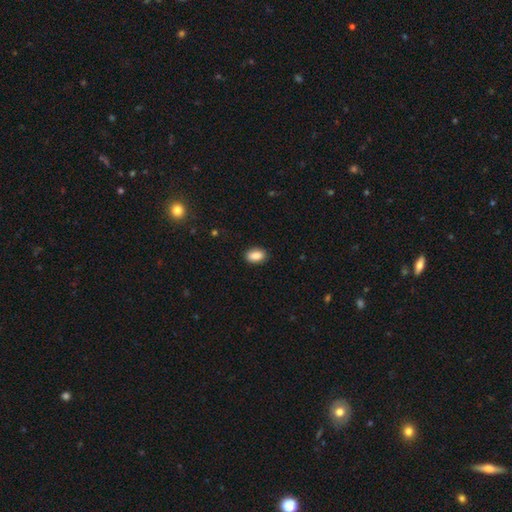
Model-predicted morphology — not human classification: smooth_or_featured: smooth (p=0.88) [alt: star or artifact p=0.07]
how_rounded: in between (p=0.89) [alt: round p=0.09]
merging: none (p=0.88) [alt: minor disturbance p=0.09]